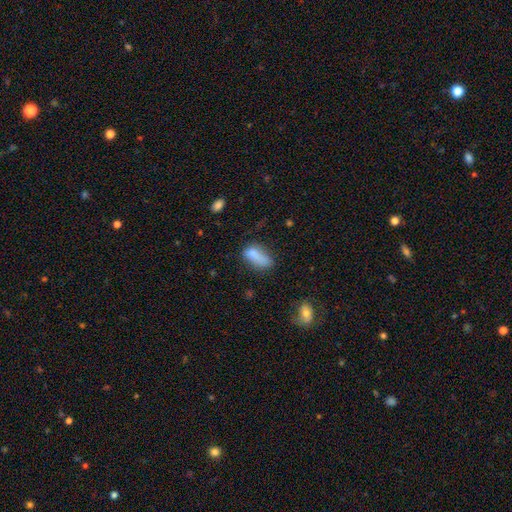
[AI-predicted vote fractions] Overall: smooth (78%). How rounded: in between (84%). Merging: none (39%; minor disturbance 30%).